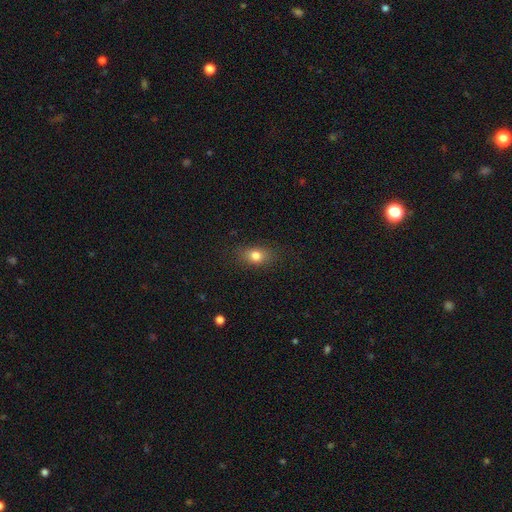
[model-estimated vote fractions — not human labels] A smooth galaxy with no disk features (79%) that is in between round and cigar-shaped (68%). Merging: none (81%).